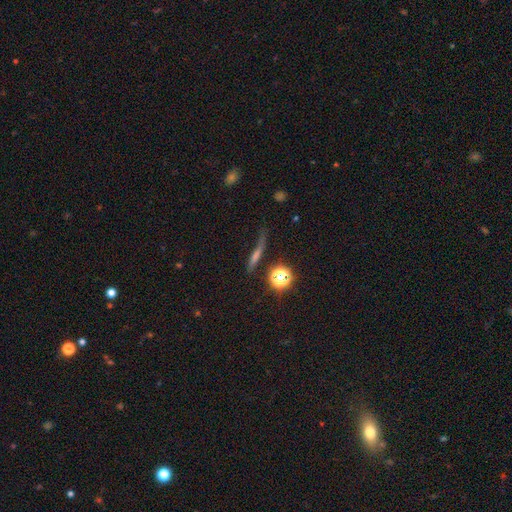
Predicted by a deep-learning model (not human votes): This is marginally a smooth galaxy (39%). Merging: likely none (70%).